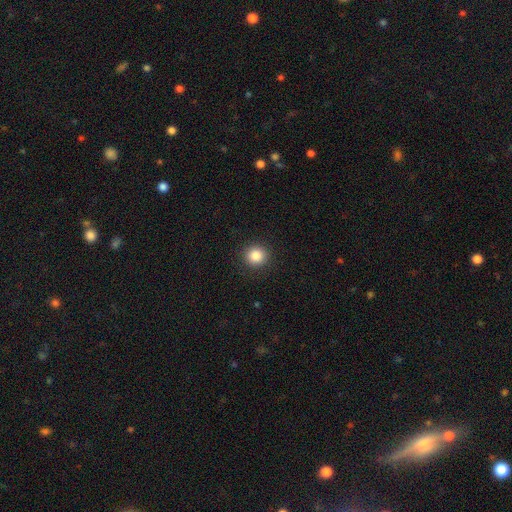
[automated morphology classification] This appears to be a smooth galaxy with no disk features (85%) that is round (91%). Merging: none (92%).